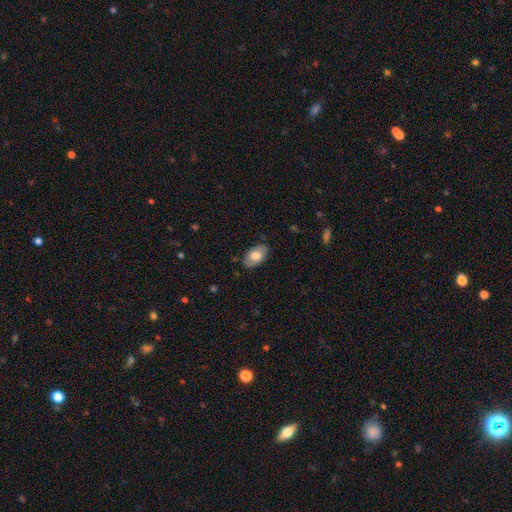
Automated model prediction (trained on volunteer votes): Smooth or featured? smooth (69%)
How rounded? in between (93%)
Merging? none (82%)